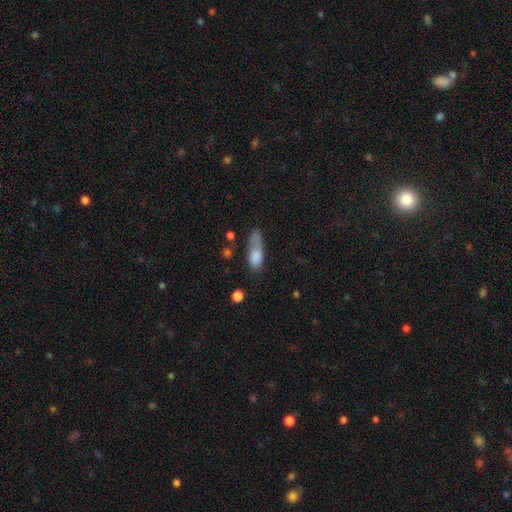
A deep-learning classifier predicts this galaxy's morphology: Smooth or featured: smooth — 77% (featured or disk — 15%)
How rounded: in between — 63% (cigar-shaped — 33%)
Merging: none — 36% (minor disturbance — 32%)